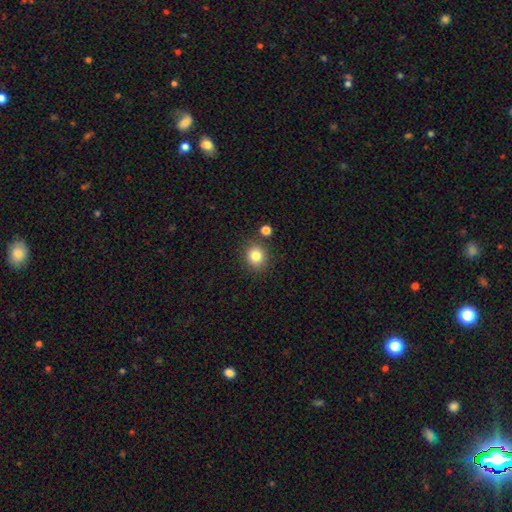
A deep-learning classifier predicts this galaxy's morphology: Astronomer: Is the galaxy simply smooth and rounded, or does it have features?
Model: smooth — 83%.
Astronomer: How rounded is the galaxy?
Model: round — 79%.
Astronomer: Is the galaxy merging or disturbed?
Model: none — 82%.